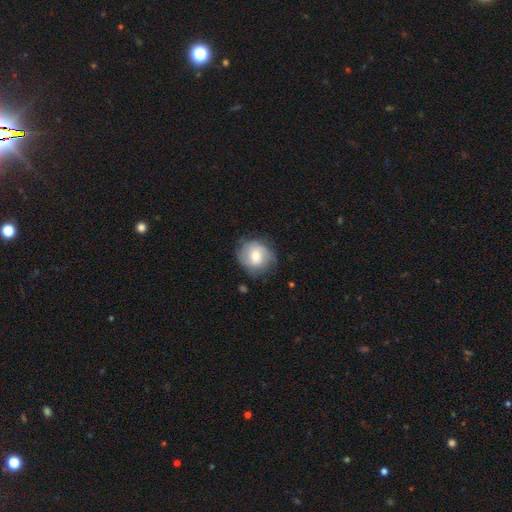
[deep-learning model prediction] This appears to be a smooth galaxy with no disk features (50%) that is round (82%). Merging: none (70%).